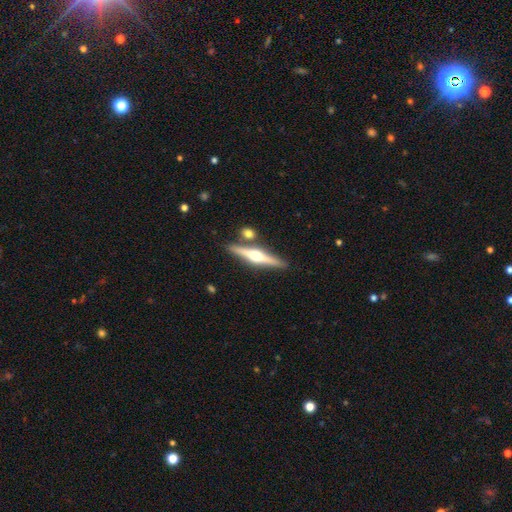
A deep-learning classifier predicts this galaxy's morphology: smooth_or_featured: featured or disk (p=0.73) [alt: smooth p=0.21]
disk_edge_on: yes (p=0.97) [alt: no p=0.03]
edge_on_bulge: rounded (p=0.95) [alt: boxy p=0.03]
merging: none (p=0.83) [alt: merger p=0.08]